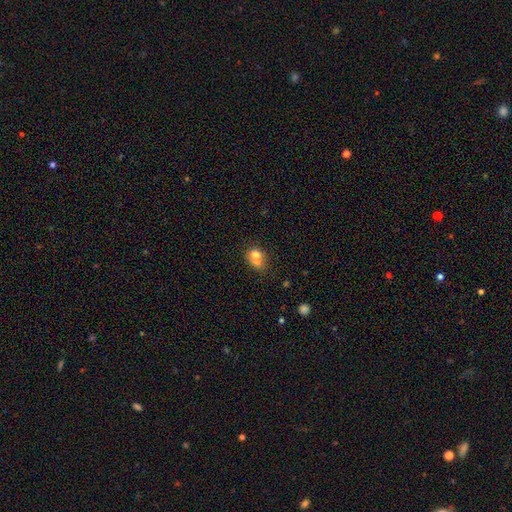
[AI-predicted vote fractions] Q: Smooth or featured?
A: smooth (68%); runner-up: featured or disk (20%)
Q: How rounded?
A: round (55%); runner-up: in between (44%)
Q: Merging?
A: merger (49%); runner-up: none (31%)